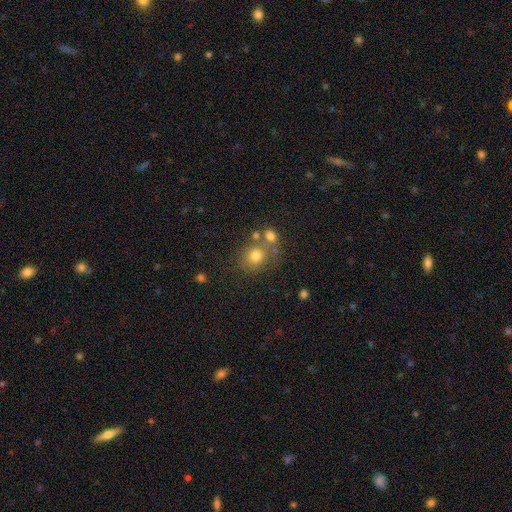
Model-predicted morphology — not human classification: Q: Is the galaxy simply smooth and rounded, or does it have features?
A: smooth — 74%.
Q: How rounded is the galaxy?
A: round — 78%.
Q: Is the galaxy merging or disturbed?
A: none — 59%.